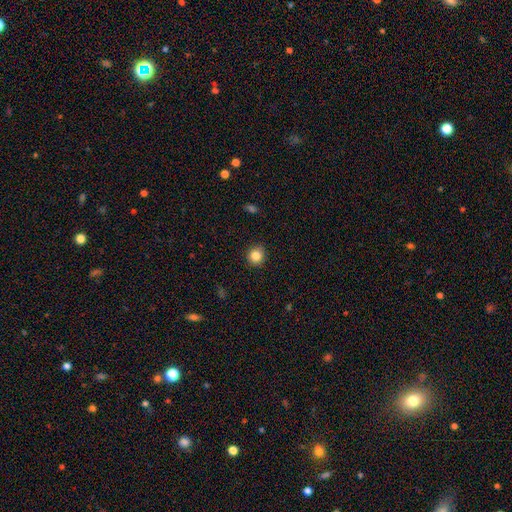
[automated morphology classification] A smooth galaxy with no disk features (84%) that is round (91%). Merging: none (91%).